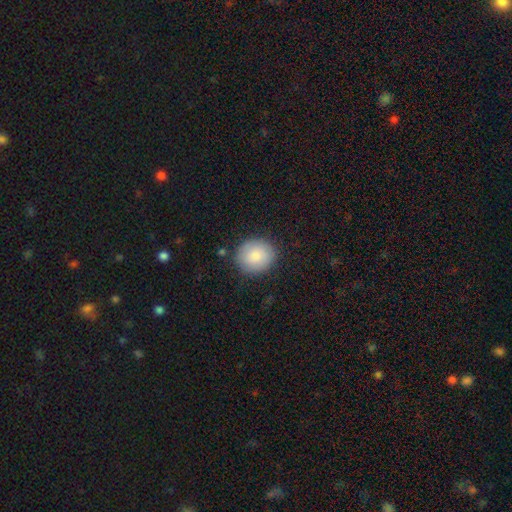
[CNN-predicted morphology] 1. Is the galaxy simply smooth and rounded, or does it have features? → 84% smooth, 9% featured or disk, 7% star or artifact.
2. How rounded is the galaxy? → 79% round, 20% in between, 1% cigar-shaped.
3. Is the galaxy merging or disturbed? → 85% none, 10% minor disturbance, 3% major disturbance, 2% merger.